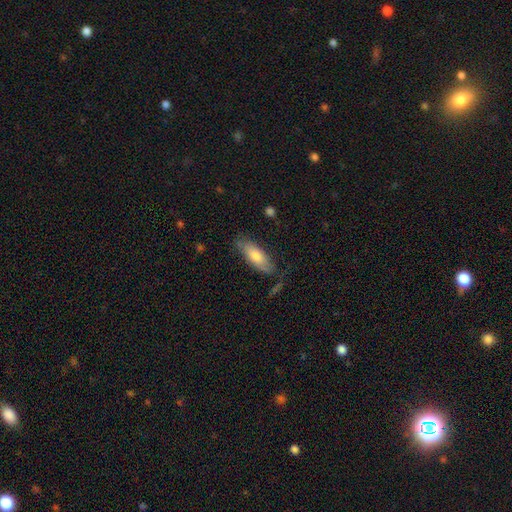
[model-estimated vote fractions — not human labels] A smooth galaxy with no disk features (71%) that is in between round and cigar-shaped (66%). Merging: none (68%).